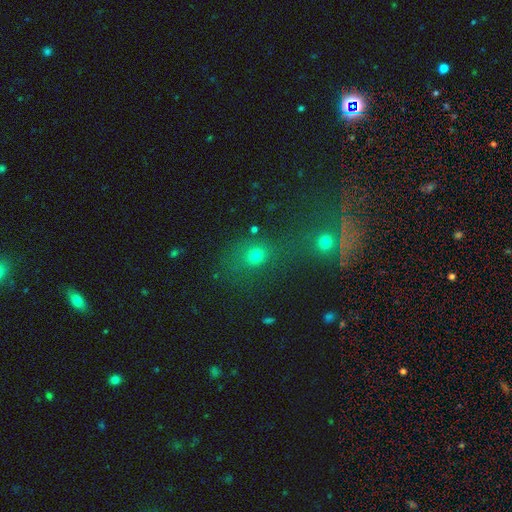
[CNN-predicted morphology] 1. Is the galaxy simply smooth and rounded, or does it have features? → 66% smooth, 25% star or artifact, 10% featured or disk.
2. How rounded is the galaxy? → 70% round, 28% in between, 2% cigar-shaped.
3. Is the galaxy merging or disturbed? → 52% none, 27% merger, 12% minor disturbance, 9% major disturbance.